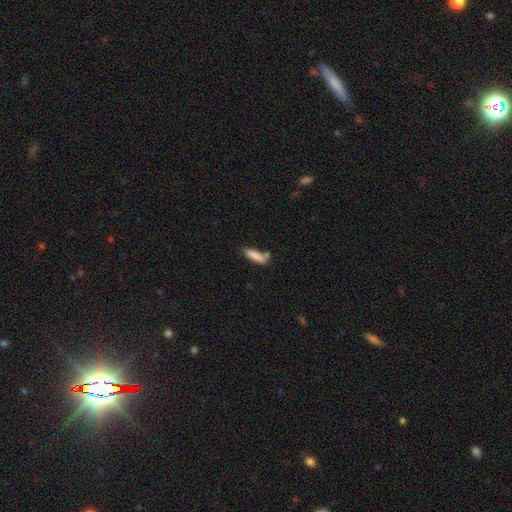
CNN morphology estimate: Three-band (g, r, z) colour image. It shows a smooth galaxy with no disk features (85%) that is cigar-shaped (60%). Merging: none (61%).